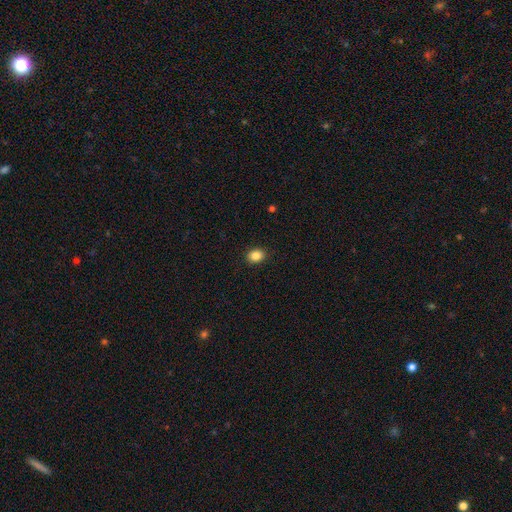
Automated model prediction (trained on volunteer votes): A smooth galaxy with no disk features (86%) that is in between round and cigar-shaped (56%). Merging: none (90%).